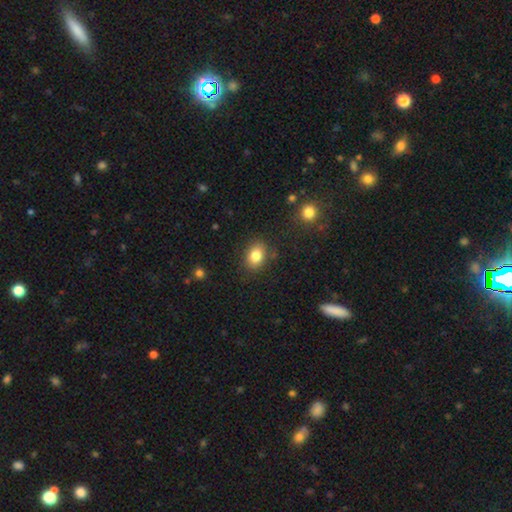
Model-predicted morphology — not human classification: Overall: smooth (83%). How rounded: in between (69%). Merging: none (84%).